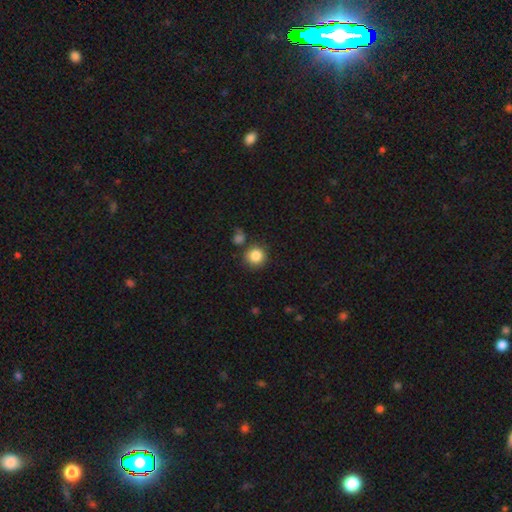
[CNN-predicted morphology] type=smooth (85%); roundness=round (92%); merging=none (80%).